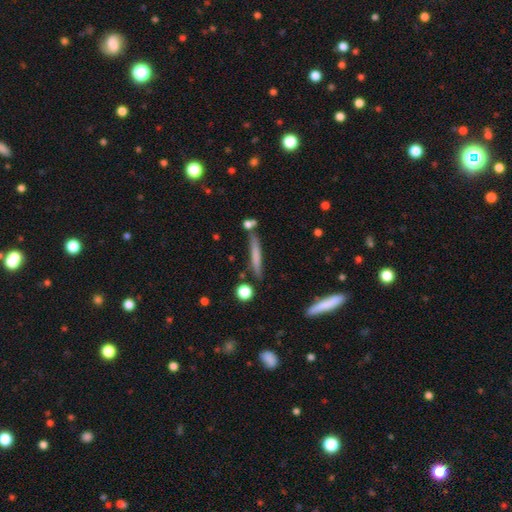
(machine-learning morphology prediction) Smooth or featured: smooth — 62% (featured or disk — 31%)
How rounded: cigar-shaped — 94% (in between — 4%)
Merging: none — 79% (minor disturbance — 12%)